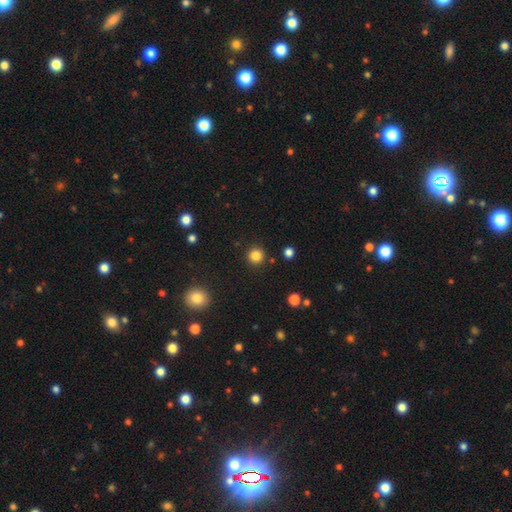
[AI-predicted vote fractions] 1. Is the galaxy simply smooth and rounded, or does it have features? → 84% smooth, 12% star or artifact, 4% featured or disk.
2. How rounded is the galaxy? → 94% round, 5% in between, 1% cigar-shaped.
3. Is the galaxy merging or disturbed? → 90% none, 5% minor disturbance, 2% major disturbance, 2% merger.